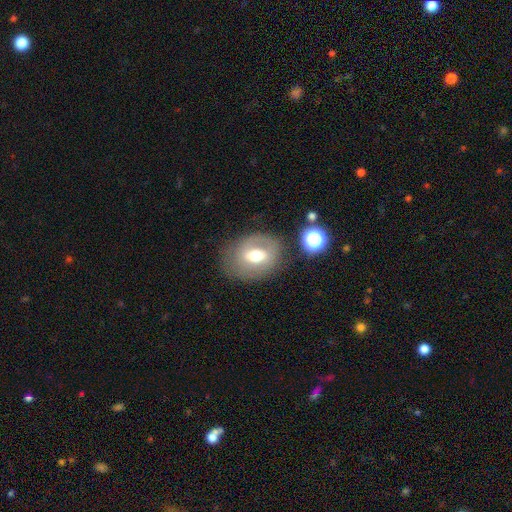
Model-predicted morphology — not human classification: Smooth or featured? Predicted: smooth (p=0.48). Merging? Predicted: none (p=0.67).